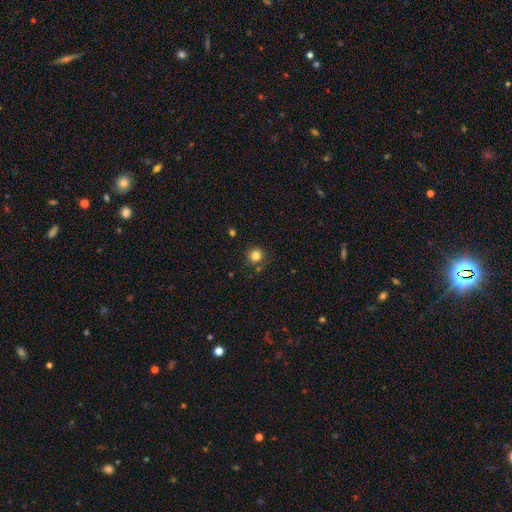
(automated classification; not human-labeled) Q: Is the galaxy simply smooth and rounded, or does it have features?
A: smooth — 83%.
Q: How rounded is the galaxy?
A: round — 92%.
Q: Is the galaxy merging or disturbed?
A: none — 85%.